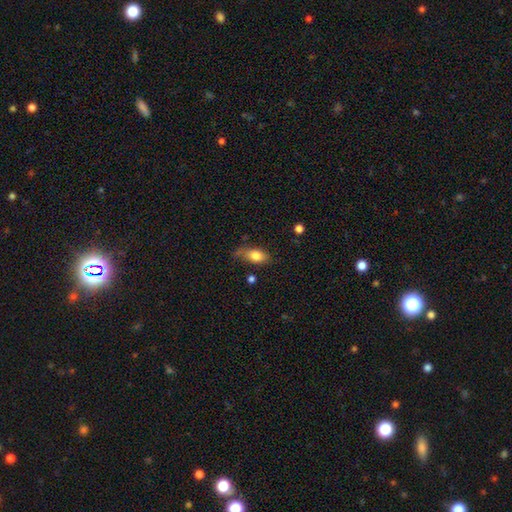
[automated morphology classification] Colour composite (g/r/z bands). It shows a smooth galaxy with no disk features (79%) that is in between round and cigar-shaped (86%). Merging: none (60%).